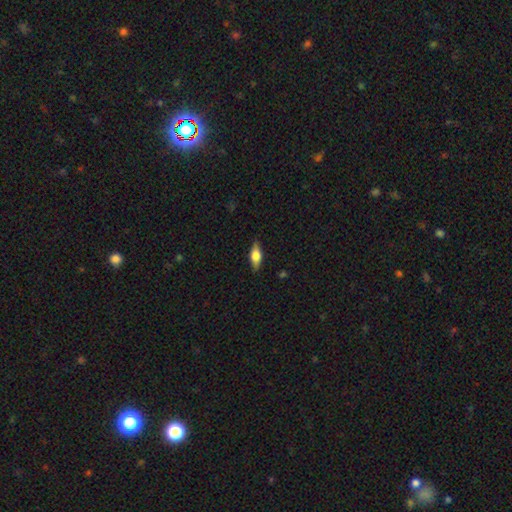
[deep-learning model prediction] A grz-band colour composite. It shows a smooth galaxy with no disk features (57%) that is in between round and cigar-shaped (73%). Merging: none (85%).